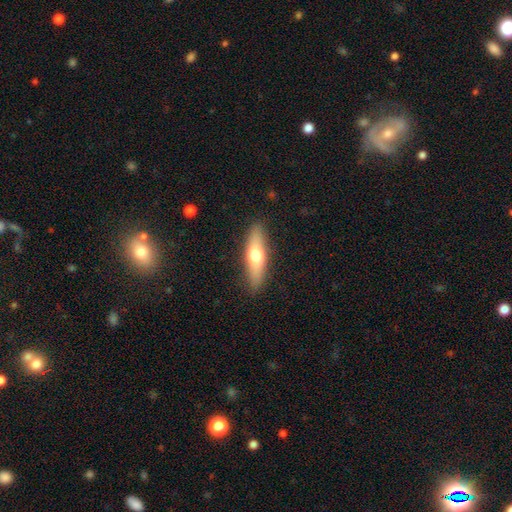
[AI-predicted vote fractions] Smooth or featured? Predicted: smooth (p=0.59). How rounded? Predicted: cigar-shaped (p=0.64). Merging? Predicted: none (p=0.87).